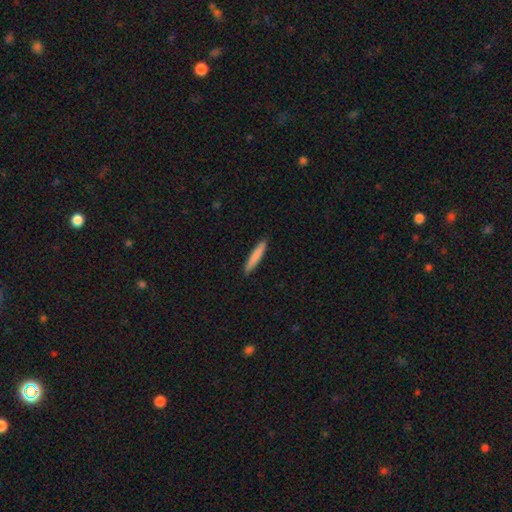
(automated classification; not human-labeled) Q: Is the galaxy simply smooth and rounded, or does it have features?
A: smooth — 82%.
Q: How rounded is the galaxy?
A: cigar-shaped — 93%.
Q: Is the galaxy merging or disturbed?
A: none — 91%.